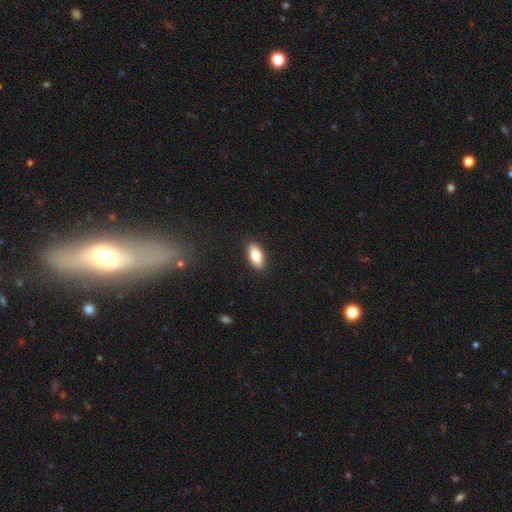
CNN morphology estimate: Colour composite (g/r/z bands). It shows a smooth galaxy with no disk features (79%) that is in between round and cigar-shaped (85%). Merging: none (89%).